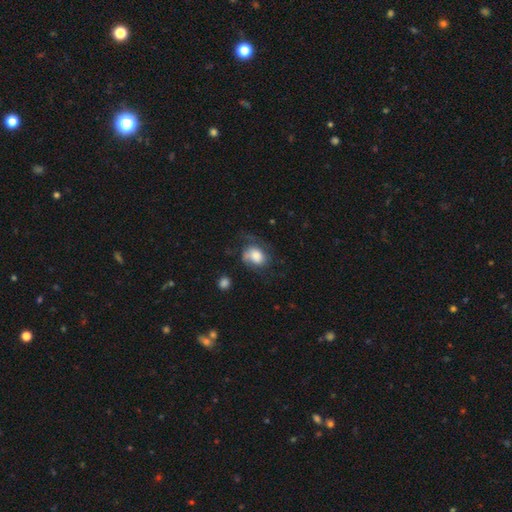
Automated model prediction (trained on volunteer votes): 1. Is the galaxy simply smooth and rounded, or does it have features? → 55% smooth, 37% featured or disk, 9% star or artifact.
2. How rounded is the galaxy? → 57% in between, 42% round, 1% cigar-shaped.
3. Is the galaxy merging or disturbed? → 43% none, 28% major disturbance, 27% minor disturbance, 3% merger.